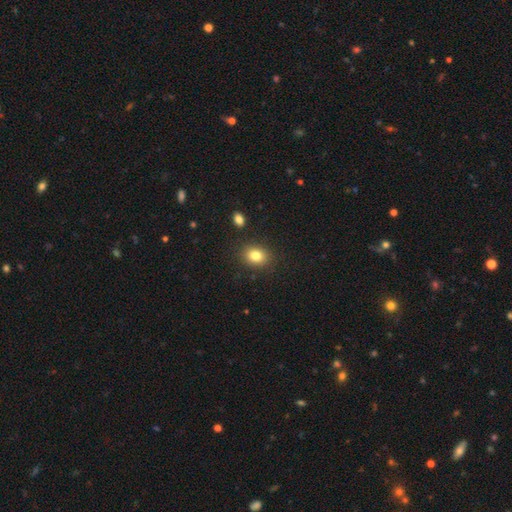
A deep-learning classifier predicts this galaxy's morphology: Overall: smooth (82%). How rounded: in between (51%; round 48%). Merging: none (86%).